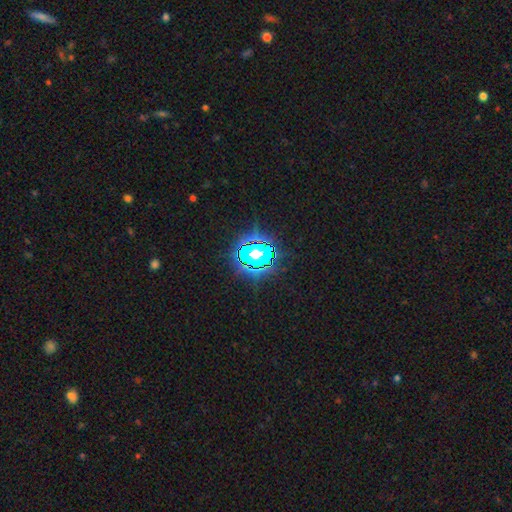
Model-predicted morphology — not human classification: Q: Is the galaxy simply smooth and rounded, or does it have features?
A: star or artifact — 64%.